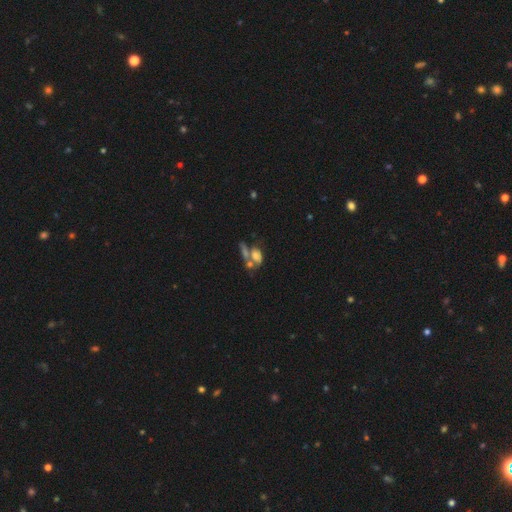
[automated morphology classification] Smooth or featured: smooth — 60% (featured or disk — 28%)
How rounded: in between — 82% (round — 13%)
Merging: merger — 51% (none — 25%)